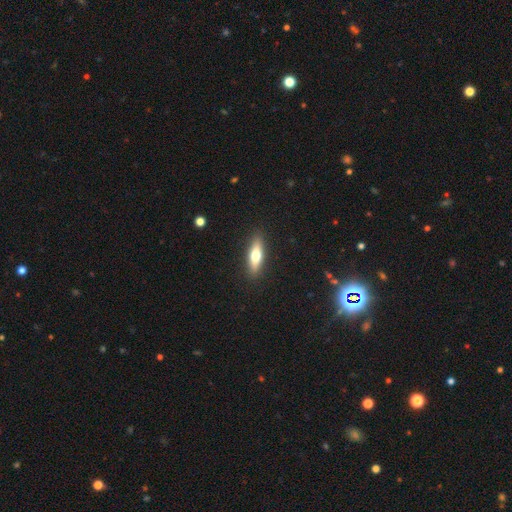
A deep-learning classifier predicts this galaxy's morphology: A smooth galaxy with no disk features (58%) that is cigar-shaped (58%).

Vote fractions:
- Smooth or featured? smooth: 58% / featured or disk: 36% / star or artifact: 6%
- How rounded? cigar-shaped: 58% / in between: 39% / round: 3%
- Merging? none: 89% / minor disturbance: 8% / major disturbance: 2% / merger: 1%